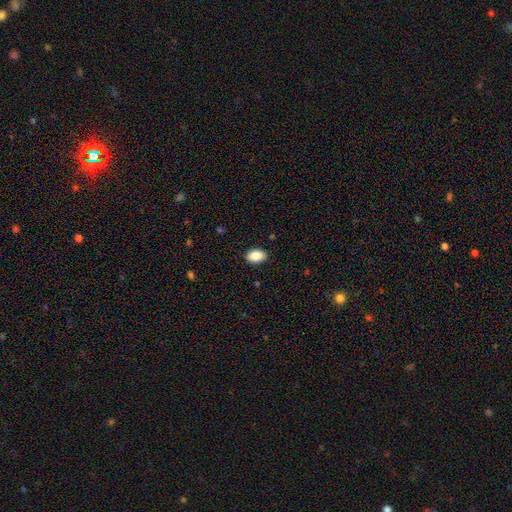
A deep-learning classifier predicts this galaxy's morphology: smooth 88%, star or artifact 7%, featured or disk 5%. Down the decision tree: how rounded — in between (87%); merging — none (86%).